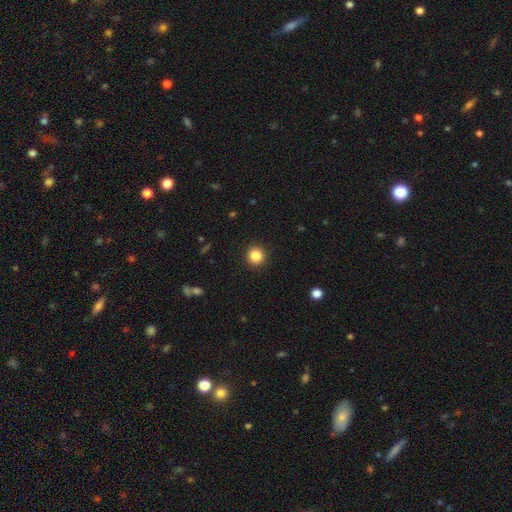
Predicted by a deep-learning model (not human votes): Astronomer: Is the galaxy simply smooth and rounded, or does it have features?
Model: smooth — 85%.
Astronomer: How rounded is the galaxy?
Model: round — 94%.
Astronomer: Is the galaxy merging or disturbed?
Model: none — 92%.